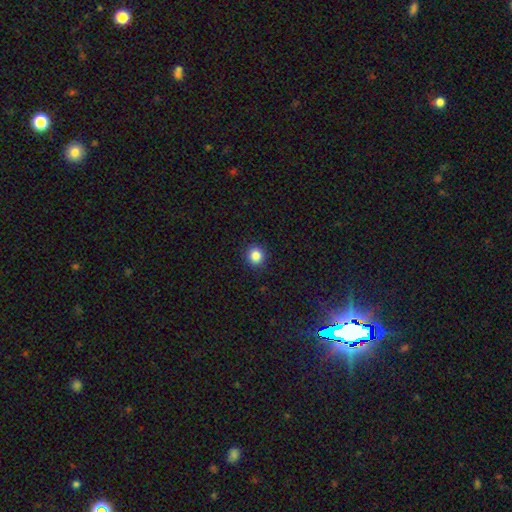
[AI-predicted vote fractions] Overall: smooth (86%). How rounded: round (89%). Merging: none (92%).